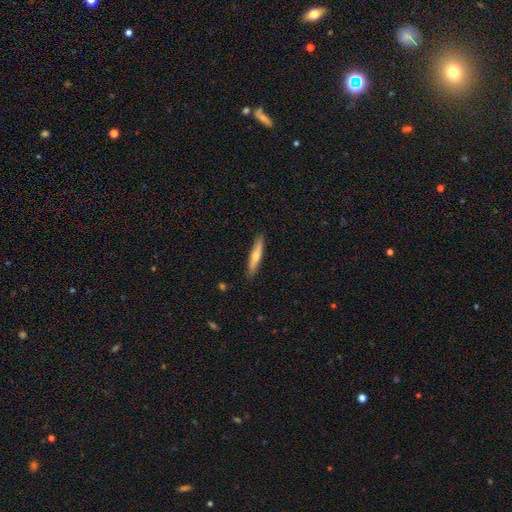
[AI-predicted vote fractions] The model was most divided on "smooth or featured": smooth: 54%, featured or disk: 40%, star or artifact: 6%. More confident: how rounded — cigar-shaped (90%); merging — none (89%).